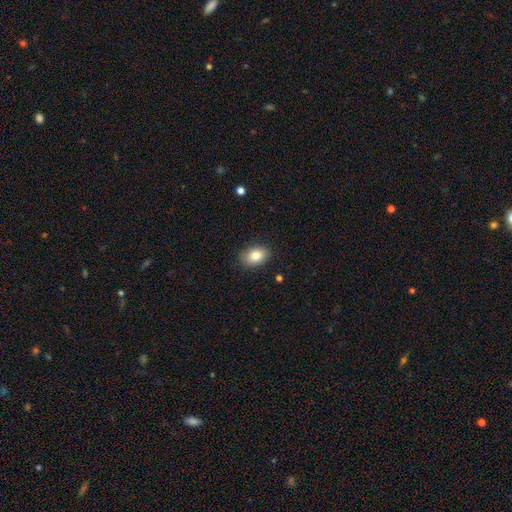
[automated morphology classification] smooth-or-featured: smooth: 84% | featured or disk: 9% | star or artifact: 8%
  how-rounded: in between: 81% | round: 18% | cigar-shaped: 1%
  merging: none: 86% | minor disturbance: 10% | major disturbance: 2% | merger: 1%